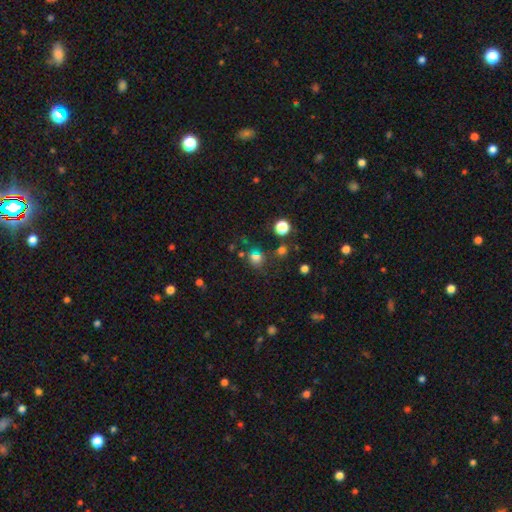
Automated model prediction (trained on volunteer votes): Smooth or featured?
  - smooth: 66% *
  - star or artifact: 26%
  - featured or disk: 8%
How rounded?
  - round: 76% *
  - in between: 23%
  - cigar-shaped: 1%
Merging?
  - none: 70% *
  - minor disturbance: 13%
  - merger: 12%
  - major disturbance: 5%